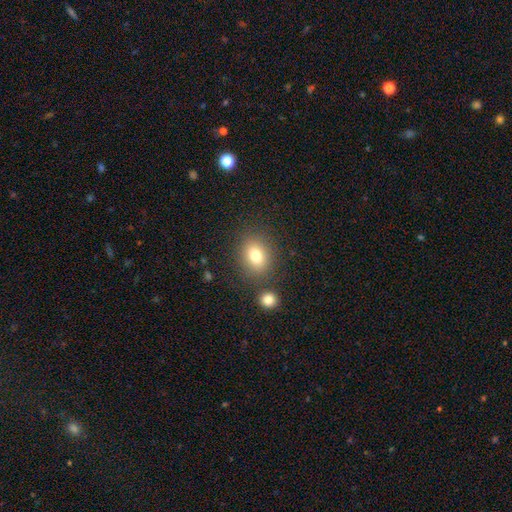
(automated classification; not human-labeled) Morphology: type=smooth (78%); roundness=in between (54%); merging=none (78%).